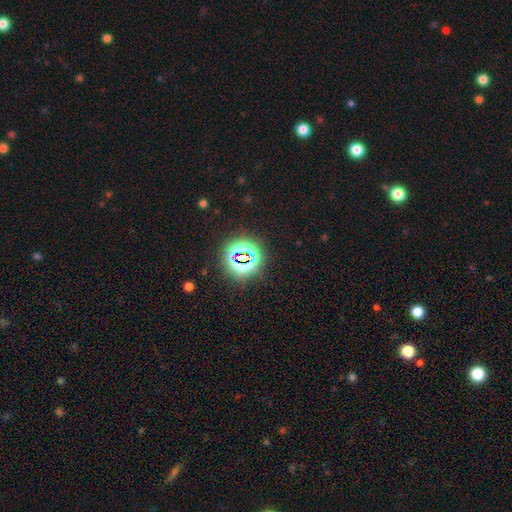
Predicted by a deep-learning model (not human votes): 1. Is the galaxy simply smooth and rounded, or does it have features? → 78% star or artifact, 15% smooth, 7% featured or disk.